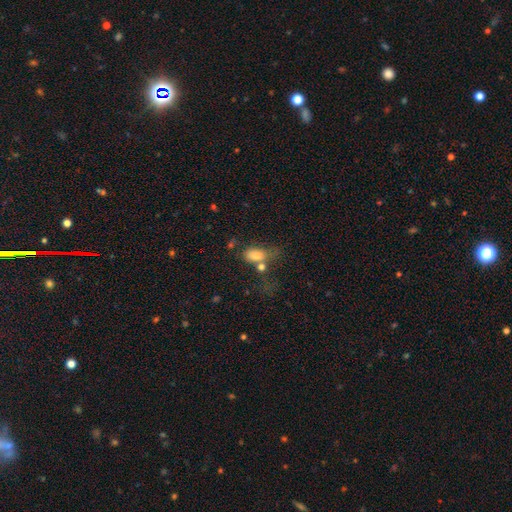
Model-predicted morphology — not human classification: Smooth or featured? smooth (75%)
How rounded? in between (84%)
Merging? none (34%)